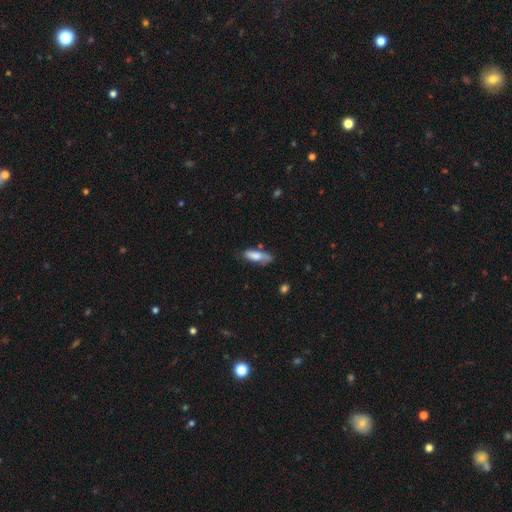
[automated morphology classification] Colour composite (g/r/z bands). It shows a smooth galaxy with no disk features (74%) that is in between round and cigar-shaped (58%). Merging: none (56%).